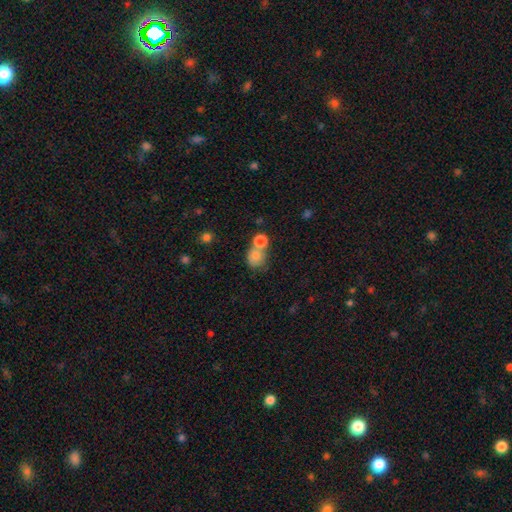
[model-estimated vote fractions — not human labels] Smooth or featured? Predicted: smooth (p=0.81). How rounded? Predicted: round (p=0.77). Merging? Predicted: none (p=0.43).